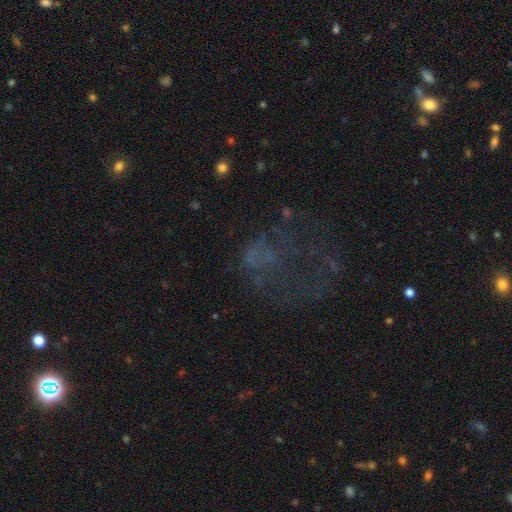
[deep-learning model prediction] This appears to be a featured or disk galaxy (38%). Merging: major disturbance (44%).